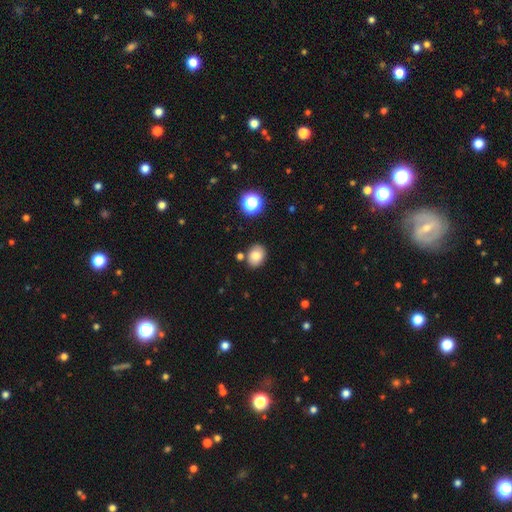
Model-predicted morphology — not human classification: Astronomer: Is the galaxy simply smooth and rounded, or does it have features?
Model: smooth — 79%.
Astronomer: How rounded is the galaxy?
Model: in between — 60% (runner-up: round, 39%).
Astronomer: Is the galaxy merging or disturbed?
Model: none — 81%.